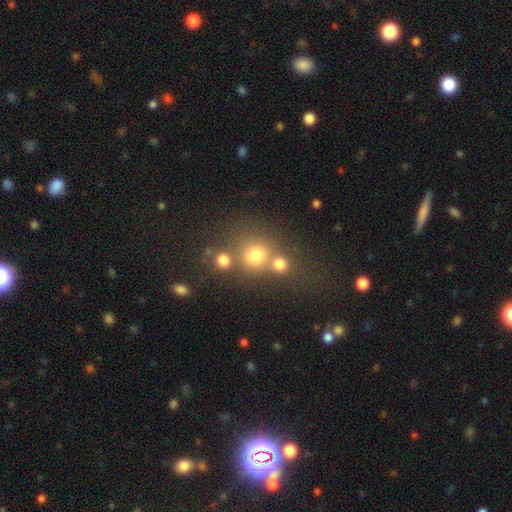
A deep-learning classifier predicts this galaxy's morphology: smooth_or_featured: smooth (p=0.70) [alt: star or artifact p=0.18]
how_rounded: round (p=0.84) [alt: in between p=0.14]
merging: none (p=0.51) [alt: merger p=0.36]